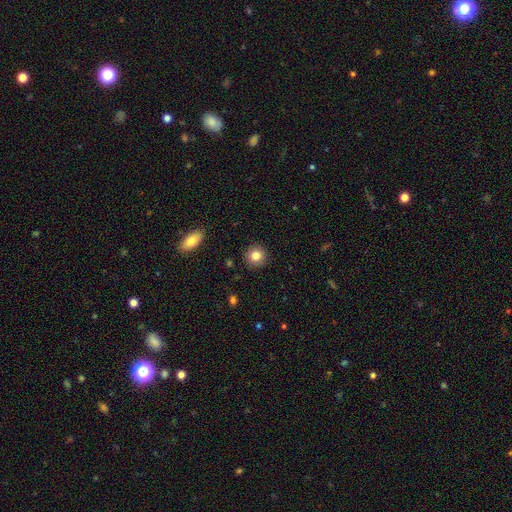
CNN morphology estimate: Smooth or featured: smooth — 83% (star or artifact — 10%)
How rounded: round — 92% (in between — 7%)
Merging: none — 91% (minor disturbance — 6%)